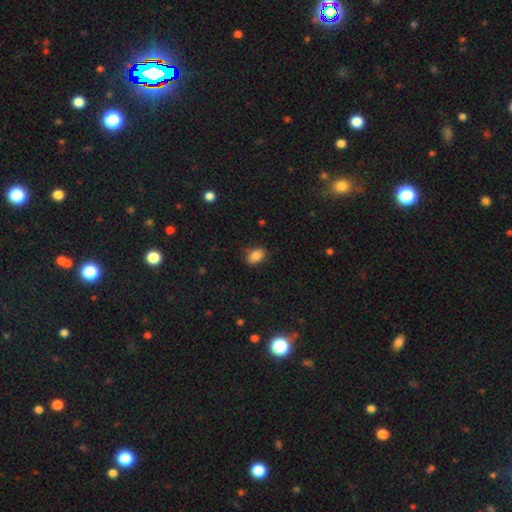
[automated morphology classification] A smooth galaxy with no disk features (85%) that is in between round and cigar-shaped (84%). Merging: none (80%).